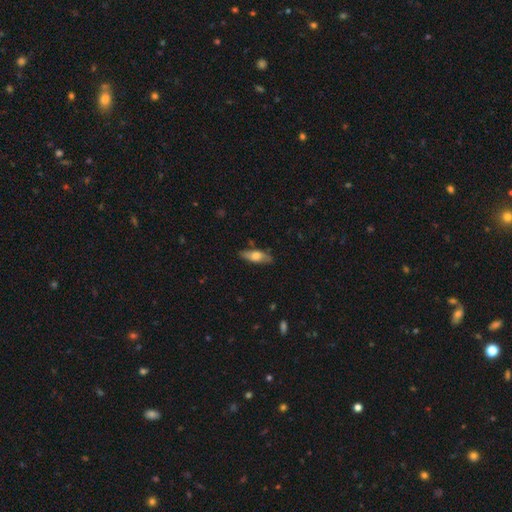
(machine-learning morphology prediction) type=smooth (59%); roundness=in between (56%); merging=none (80%).